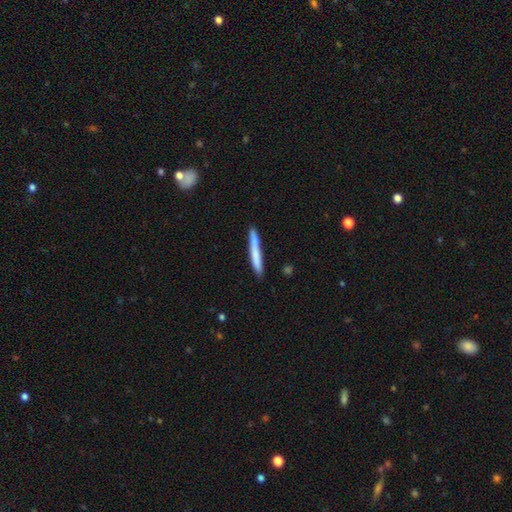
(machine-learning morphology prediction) The model was most divided on "smooth or featured": smooth: 71%, featured or disk: 23%, star or artifact: 6%. More confident: how rounded — cigar-shaped (95%); merging — none (76%).